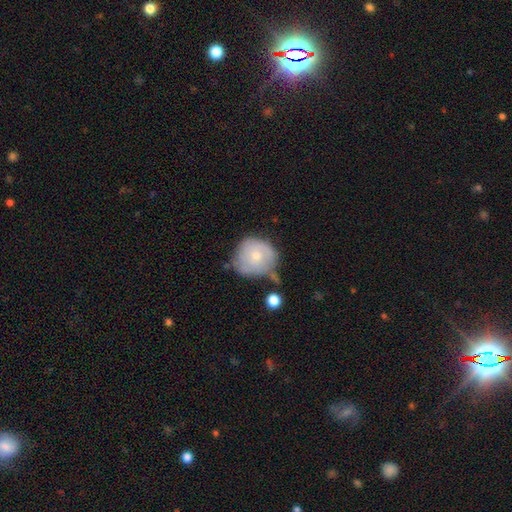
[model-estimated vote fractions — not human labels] Smooth or featured: smooth — 59% (featured or disk — 34%)
How rounded: round — 88% (in between — 11%)
Merging: none — 45% (minor disturbance — 32%)